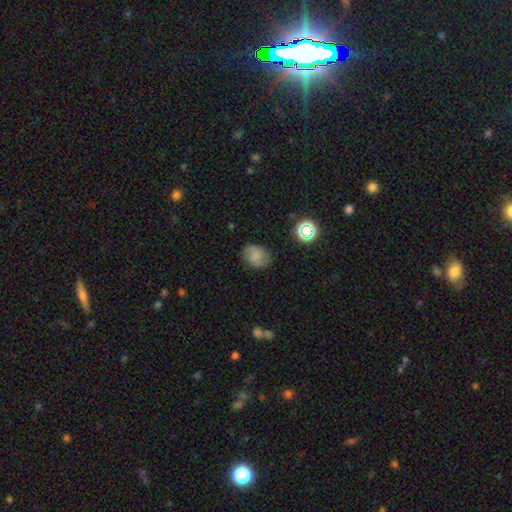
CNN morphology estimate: A smooth galaxy with no disk features (65%) that is in between round and cigar-shaped (58%).

Vote fractions:
- Smooth or featured? smooth: 65% / featured or disk: 22% / star or artifact: 14%
- How rounded? in between: 58% / round: 41% / cigar-shaped: 1%
- Merging? none: 77% / minor disturbance: 17% / major disturbance: 4% / merger: 2%